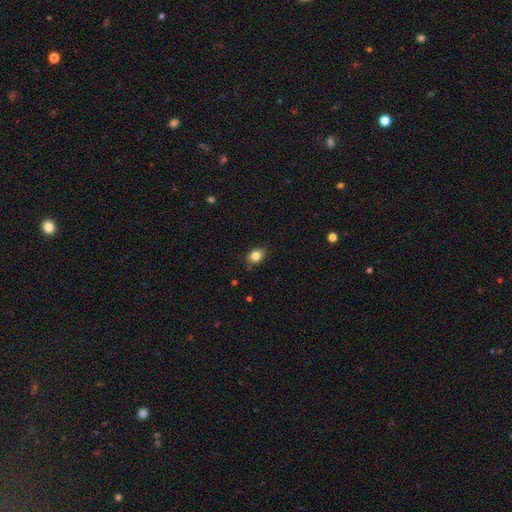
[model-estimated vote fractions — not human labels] Morphology: type=smooth (83%); roundness=in between (65%); merging=none (83%).